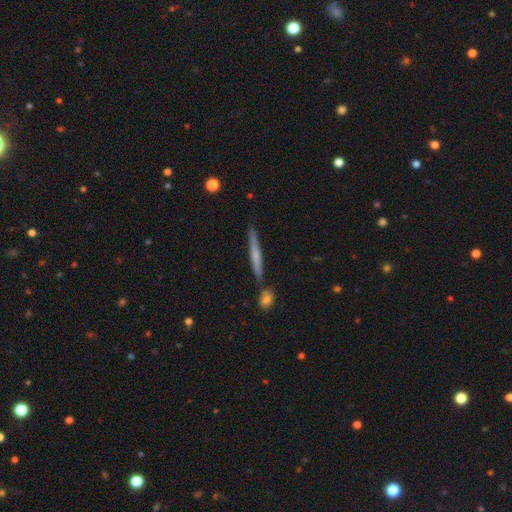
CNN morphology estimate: smooth_or_featured: smooth (p=0.53) [alt: featured or disk p=0.41]
how_rounded: cigar-shaped (p=0.96) [alt: in between p=0.03]
merging: none (p=0.82) [alt: minor disturbance p=0.10]